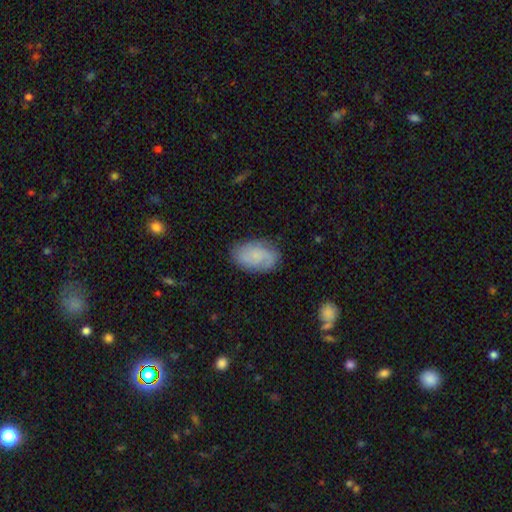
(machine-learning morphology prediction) Overall: smooth (48%; featured or disk 44%). Merging: none (75%).